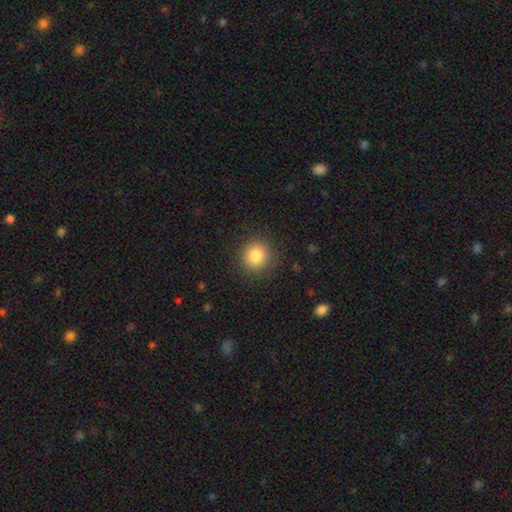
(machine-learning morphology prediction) smooth 83%, star or artifact 11%, featured or disk 6%. Down the decision tree: how rounded — round (91%); merging — none (88%).